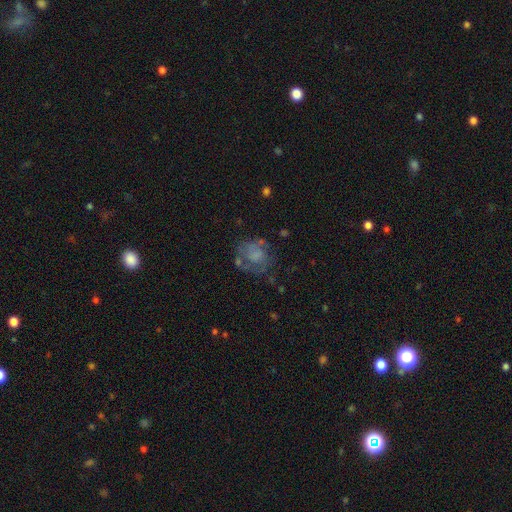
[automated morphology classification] Smooth or featured? featured or disk (51%)
Edge-on disk? no (98%)
Merging? none (50%)